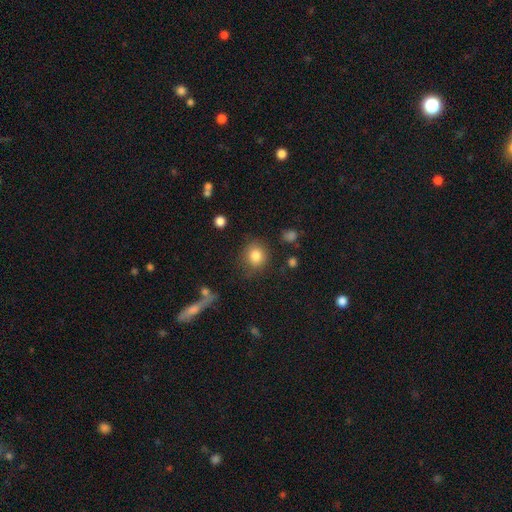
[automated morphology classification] type=smooth (83%); roundness=round (84%); merging=none (82%).